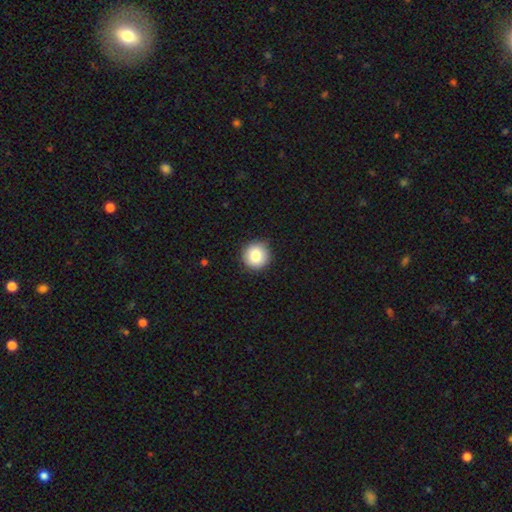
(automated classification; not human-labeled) The model was most divided on "smooth or featured": smooth: 84%, star or artifact: 9%, featured or disk: 8%. More confident: how rounded — round (94%); merging — none (90%).